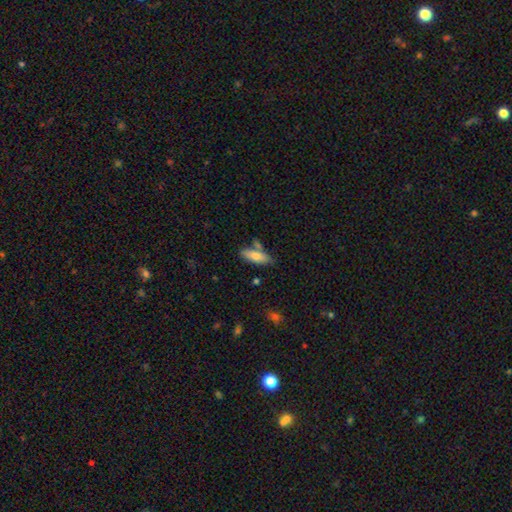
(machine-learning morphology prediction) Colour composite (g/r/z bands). It shows a smooth galaxy with no disk features (76%) that is in between round and cigar-shaped (63%). Merging: none (67%).